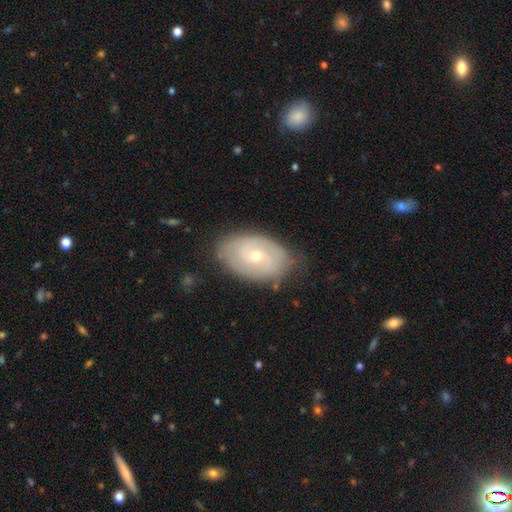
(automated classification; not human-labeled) The model was most divided on "bulge size": small: 54%, moderate: 43%, large: 1%, none: 1%, dominant: 1%. More confident: edge-on disk — no (95%); merging — none (78%); spiral arms — yes (77%); bar — no (69%); smooth or featured — featured or disk (67%).